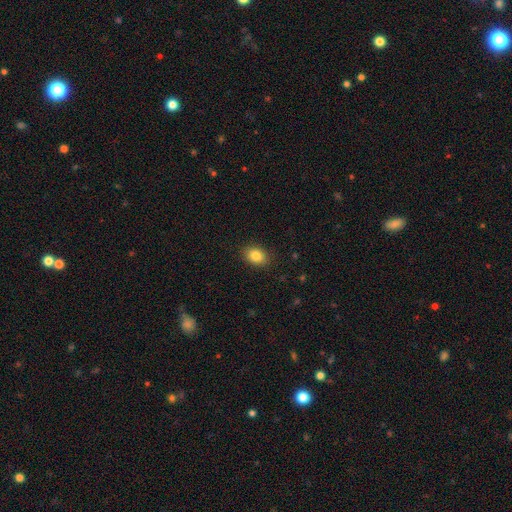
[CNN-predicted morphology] Smooth or featured: smooth — 85% (star or artifact — 9%)
How rounded: in between — 71% (round — 28%)
Merging: none — 88% (minor disturbance — 8%)